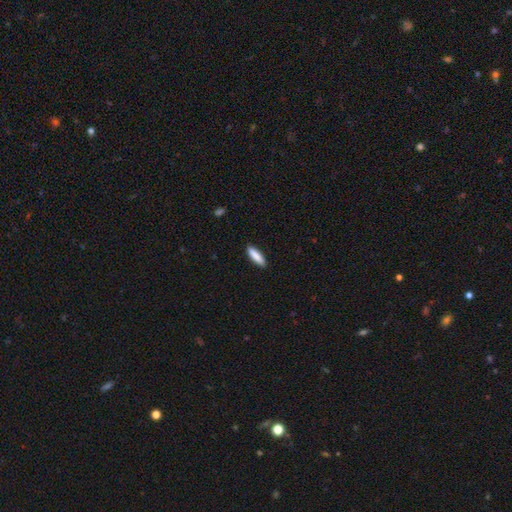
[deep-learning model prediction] This appears to be a smooth galaxy with no disk features (87%) that is cigar-shaped (68%). Merging: none (90%).